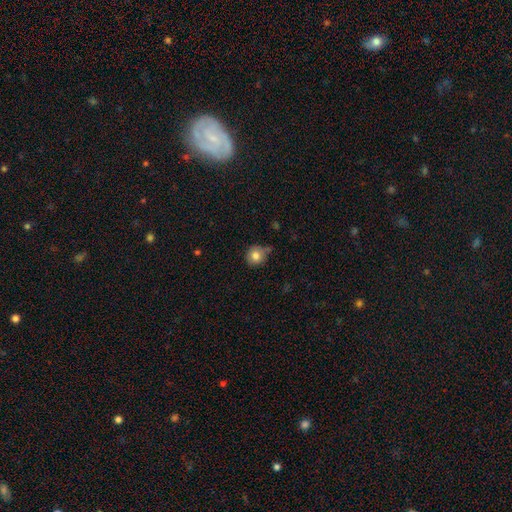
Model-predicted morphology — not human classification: Q: Smooth or featured?
A: smooth (80%); runner-up: star or artifact (10%)
Q: How rounded?
A: round (84%); runner-up: in between (15%)
Q: Merging?
A: none (62%); runner-up: minor disturbance (27%)